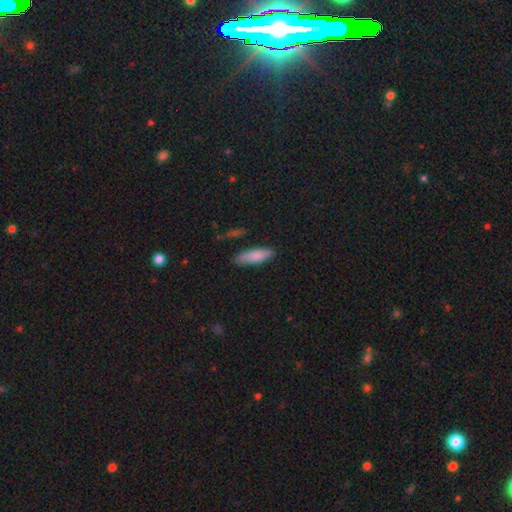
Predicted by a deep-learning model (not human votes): smooth-or-featured: smooth: 82% | featured or disk: 12% | star or artifact: 6%
  how-rounded: cigar-shaped: 50% | in between: 48% | round: 2%
  merging: none: 81% | minor disturbance: 14% | major disturbance: 3% | merger: 2%